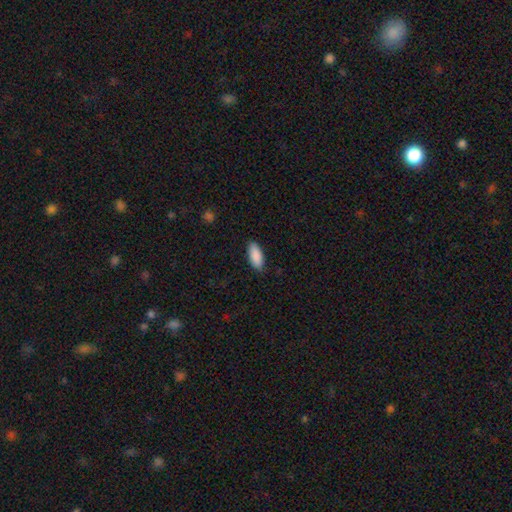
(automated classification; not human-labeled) Smooth or featured? Predicted: smooth (p=0.90). How rounded? Predicted: in between (p=0.85). Merging? Predicted: none (p=0.85).